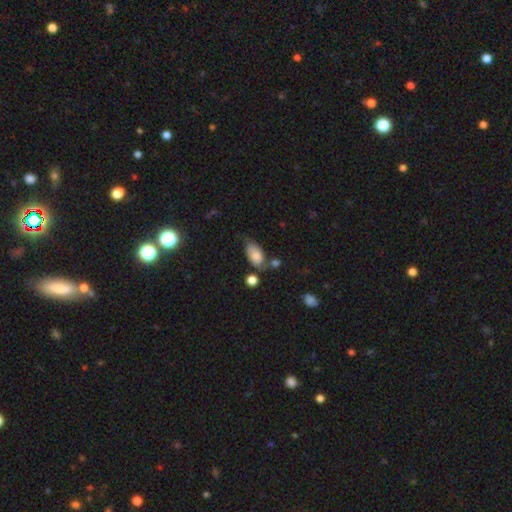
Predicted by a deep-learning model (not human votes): This is likely a smooth galaxy (67%). How rounded: clearly in between (89%). Merging: marginally none (39%).